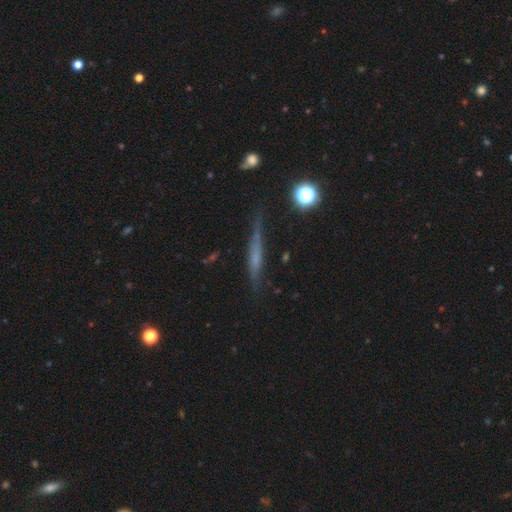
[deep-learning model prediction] Smooth or featured: featured or disk — 51% (smooth — 37%)
Edge-on disk: yes — 92% (no — 8%)
Merging: none — 75% (minor disturbance — 17%)